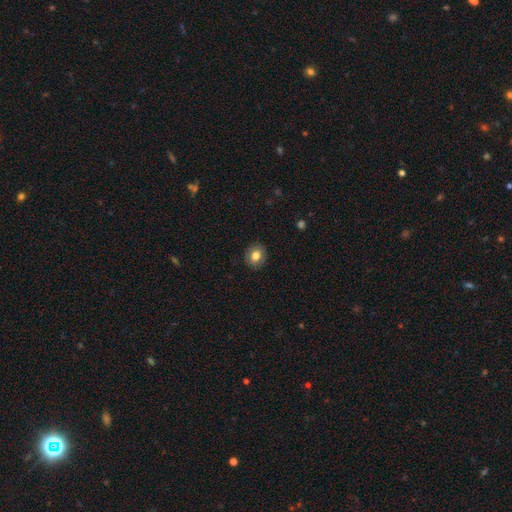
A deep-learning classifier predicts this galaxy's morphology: type=smooth (79%); roundness=round (65%); merging=none (89%).